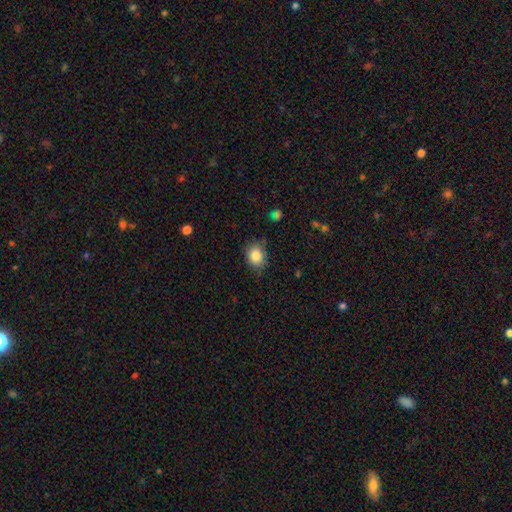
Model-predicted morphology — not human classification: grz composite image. It shows a smooth galaxy with no disk features (85%) that is round (53%). Merging: none (76%).